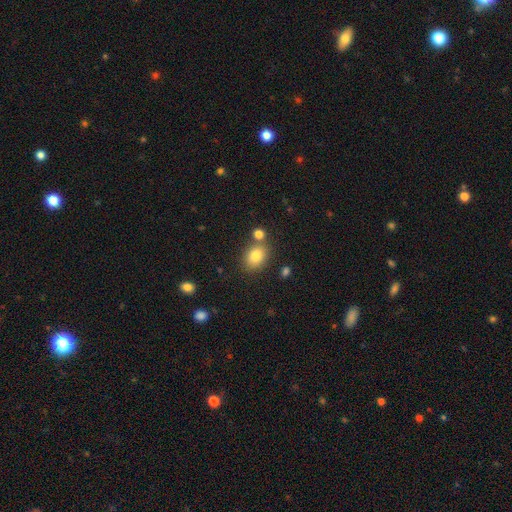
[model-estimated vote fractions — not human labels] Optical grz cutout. It shows a smooth galaxy with no disk features (81%) that is in between round and cigar-shaped (61%). Merging: none (72%).